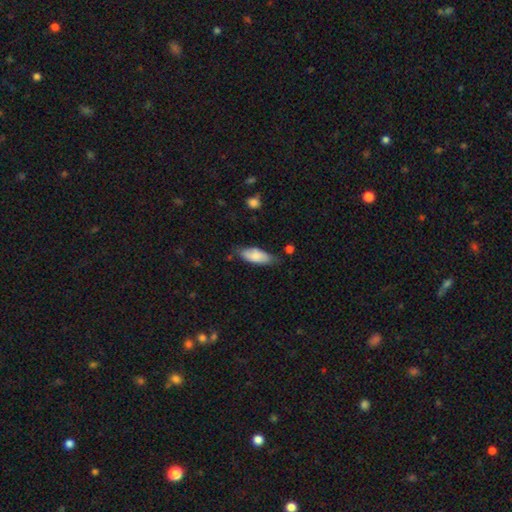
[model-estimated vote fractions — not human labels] Smooth or featured? smooth (79%)
How rounded? in between (78%)
Merging? none (70%)